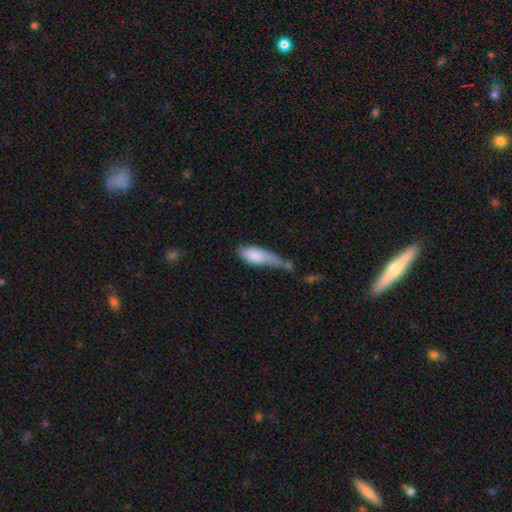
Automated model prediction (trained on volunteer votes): The model was most divided on "merging": minor disturbance: 30%, major disturbance: 28%, none: 21%, merger: 21%. More confident: smooth or featured — smooth (77%); how rounded — in between (67%).